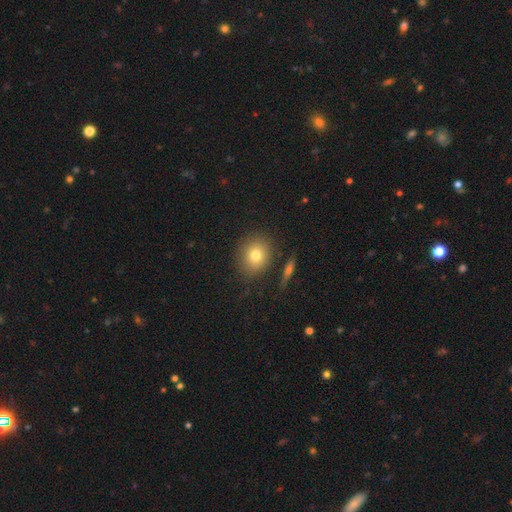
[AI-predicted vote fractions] Morphology: type=smooth (75%); roundness=round (77%); merging=none (82%).